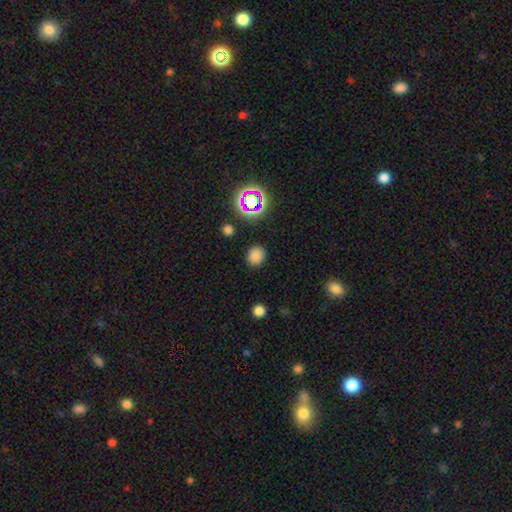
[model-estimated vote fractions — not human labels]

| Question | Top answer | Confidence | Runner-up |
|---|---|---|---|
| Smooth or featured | smooth | 78% | star or artifact (17%) |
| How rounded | round | 73% | in between (26%) |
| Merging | none | 88% | minor disturbance (8%) |